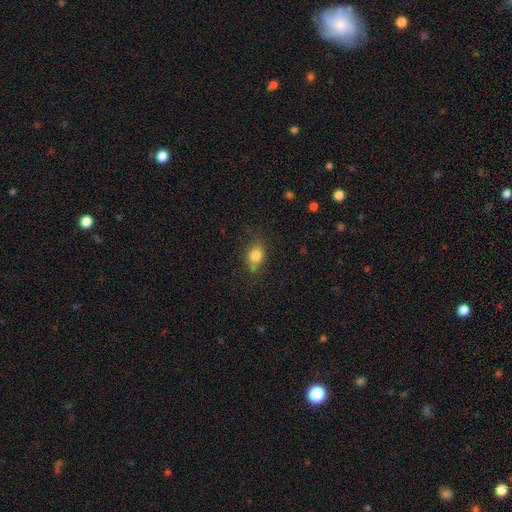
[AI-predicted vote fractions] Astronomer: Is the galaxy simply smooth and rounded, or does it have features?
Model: smooth — 82%.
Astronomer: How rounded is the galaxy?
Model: in between — 69%.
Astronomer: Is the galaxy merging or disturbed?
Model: none — 76%.